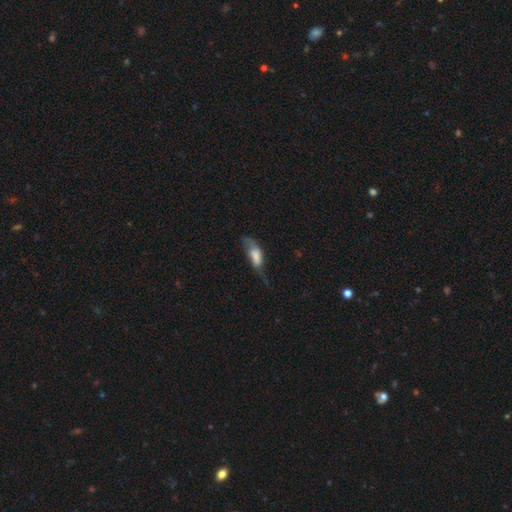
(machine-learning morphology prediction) Q: Smooth or featured?
A: smooth (62%); runner-up: featured or disk (29%)
Q: How rounded?
A: in between (75%); runner-up: cigar-shaped (22%)
Q: Merging?
A: major disturbance (39%); runner-up: minor disturbance (29%)